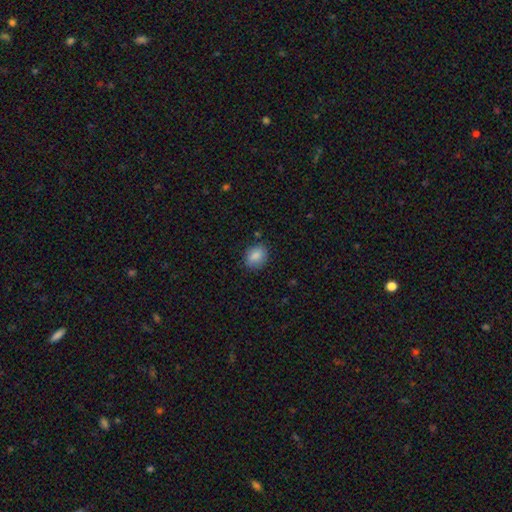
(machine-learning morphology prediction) Smooth or featured? smooth (86%)
How rounded? in between (57%)
Merging? none (82%)